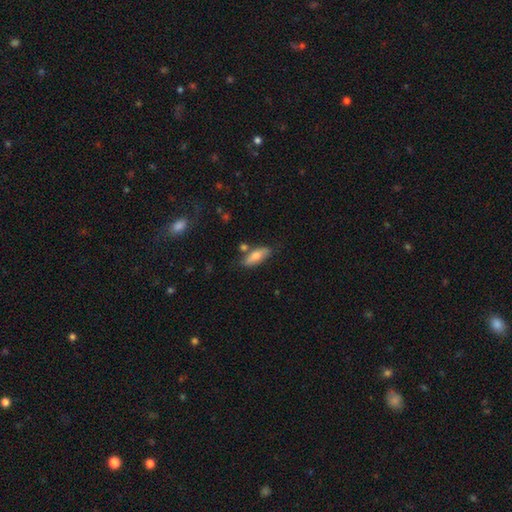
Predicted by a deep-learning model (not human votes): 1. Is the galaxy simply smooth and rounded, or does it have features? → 71% smooth, 22% featured or disk, 6% star or artifact.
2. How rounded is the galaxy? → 71% in between, 26% cigar-shaped, 3% round.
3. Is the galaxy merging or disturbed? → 72% none, 17% minor disturbance, 8% merger, 4% major disturbance.